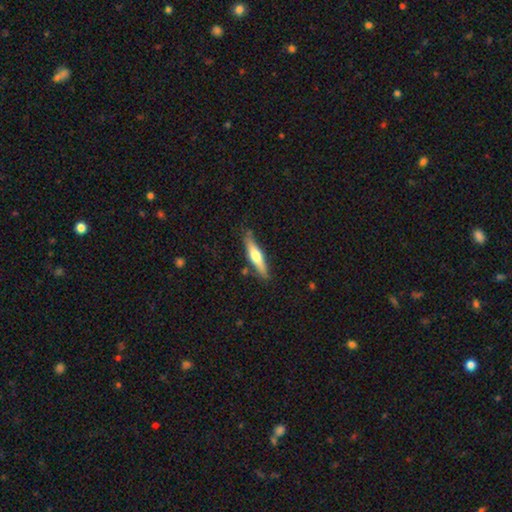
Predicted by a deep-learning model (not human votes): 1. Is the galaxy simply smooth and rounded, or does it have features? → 51% smooth, 44% featured or disk, 5% star or artifact.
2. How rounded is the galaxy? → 80% cigar-shaped, 19% in between, 2% round.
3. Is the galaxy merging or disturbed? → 80% none, 14% minor disturbance, 4% merger, 3% major disturbance.